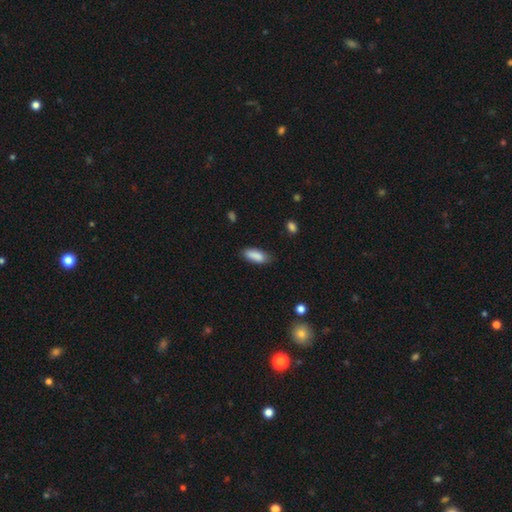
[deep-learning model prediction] Smooth or featured?
  - smooth: 88% *
  - star or artifact: 7%
  - featured or disk: 6%
How rounded?
  - in between: 79% *
  - cigar-shaped: 19%
  - round: 2%
Merging?
  - none: 76% *
  - minor disturbance: 19%
  - major disturbance: 3%
  - merger: 2%